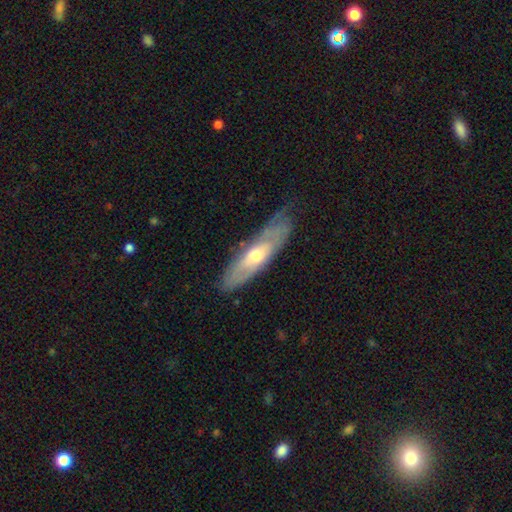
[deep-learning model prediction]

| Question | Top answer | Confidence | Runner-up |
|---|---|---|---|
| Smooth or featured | featured or disk | 58% | smooth (37%) |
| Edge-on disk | no | 60% | yes (40%) |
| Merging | none | 66% | minor disturbance (24%) |